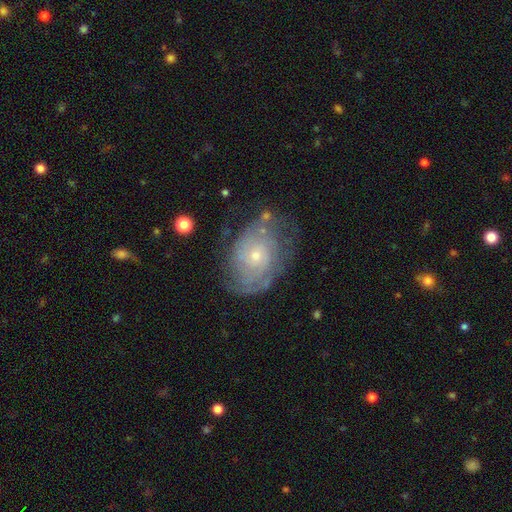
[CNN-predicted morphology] smooth_or_featured: featured or disk (p=0.75) [alt: smooth p=0.17]
disk_edge_on: no (p=0.96) [alt: yes p=0.04]
bar: no (p=0.80) [alt: weak p=0.17]
has_spiral_arms: yes (p=0.86) [alt: no p=0.14]
spiral_winding: tight (p=0.67) [alt: medium p=0.25]
spiral_arm_count: can't tell (p=0.52) [alt: 2 p=0.22]
bulge_size: small (p=0.69) [alt: moderate p=0.27]
merging: none (p=0.64) [alt: minor disturbance p=0.22]